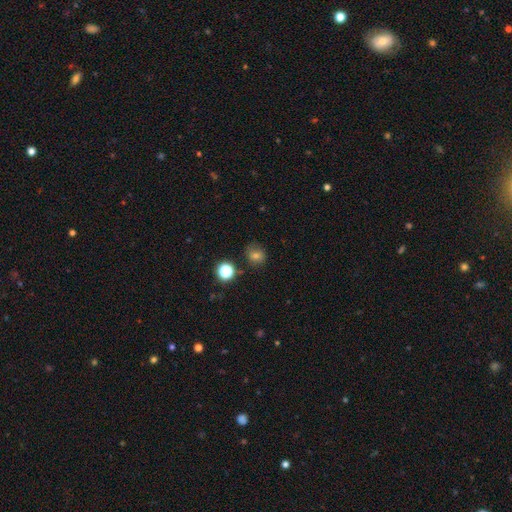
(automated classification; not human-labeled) A smooth galaxy with no disk features (69%) that is round (78%). Merging: none (77%).